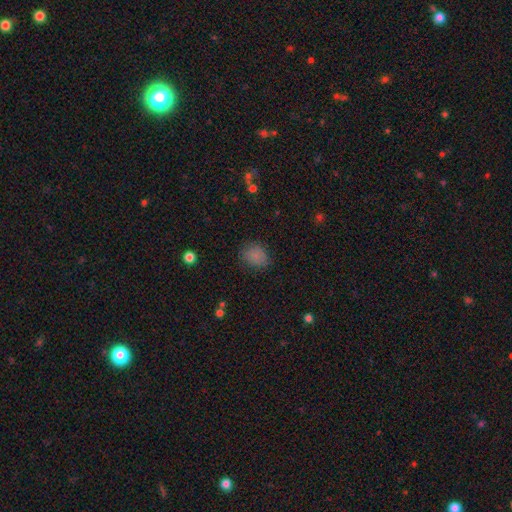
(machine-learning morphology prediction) A smooth galaxy with no disk features (82%) that is in between round and cigar-shaped (52%).

Vote fractions:
- Smooth or featured? smooth: 82% / star or artifact: 12% / featured or disk: 6%
- How rounded? in between: 52% / round: 47% / cigar-shaped: 1%
- Merging? none: 78% / minor disturbance: 16% / major disturbance: 4% / merger: 1%